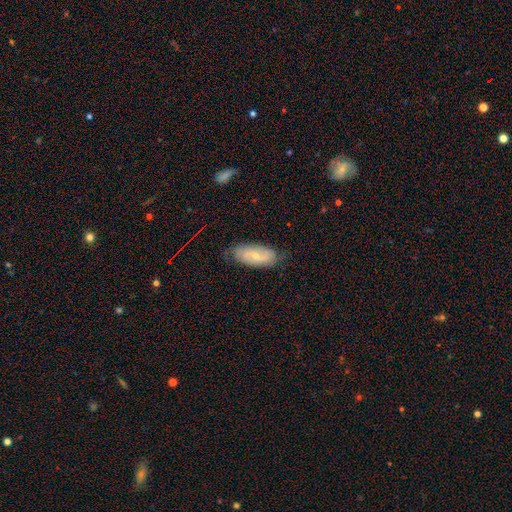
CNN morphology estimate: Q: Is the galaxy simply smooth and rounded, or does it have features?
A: featured or disk — 55%.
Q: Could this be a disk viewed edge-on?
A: no — 91%.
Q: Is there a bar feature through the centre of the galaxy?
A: weak — 47%.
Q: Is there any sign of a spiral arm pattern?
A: yes — 81%.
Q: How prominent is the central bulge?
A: small — 65%.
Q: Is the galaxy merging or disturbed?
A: none — 73%.